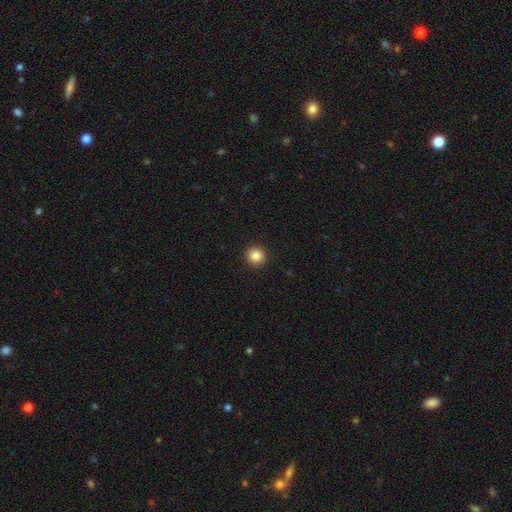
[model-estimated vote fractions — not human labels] This appears to be a smooth galaxy with no disk features (86%) that is round (94%). Merging: none (93%).